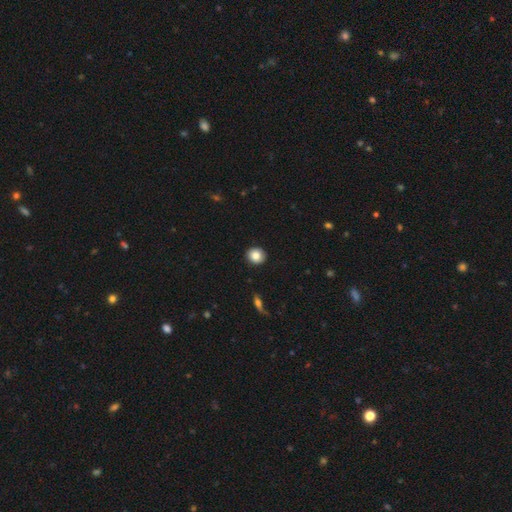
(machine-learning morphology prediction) A smooth galaxy with no disk features (85%) that is round (89%).

Vote fractions:
- Smooth or featured? smooth: 85% / star or artifact: 8% / featured or disk: 7%
- How rounded? round: 89% / in between: 10% / cigar-shaped: 1%
- Merging? none: 92% / minor disturbance: 5% / major disturbance: 2% / merger: 1%